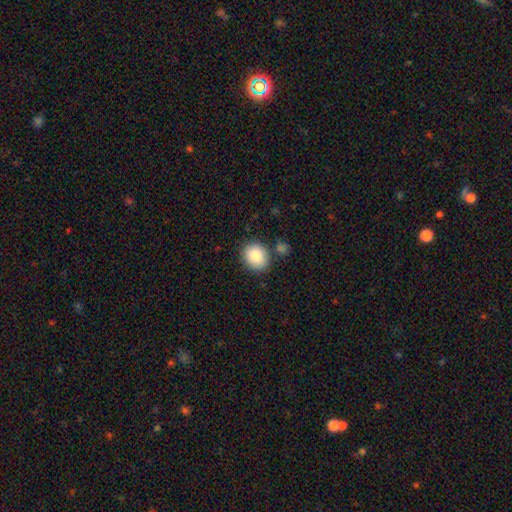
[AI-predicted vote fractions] A smooth galaxy with no disk features (87%) that is round (62%). Merging: none (78%).